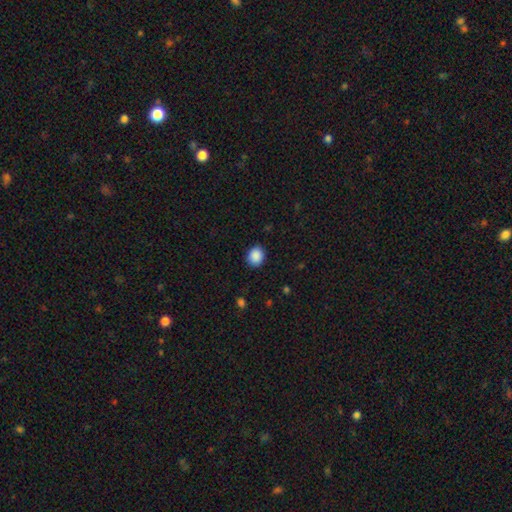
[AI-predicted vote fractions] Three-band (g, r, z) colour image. It shows a smooth galaxy with no disk features (89%) that is round (73%). Merging: none (89%).